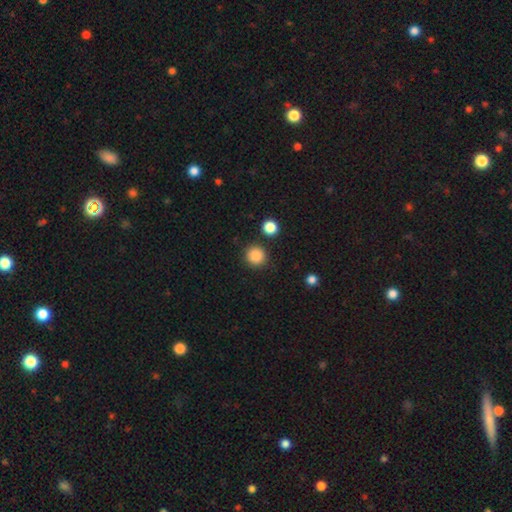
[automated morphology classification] Smooth or featured? smooth (87%)
How rounded? round (94%)
Merging? none (89%)